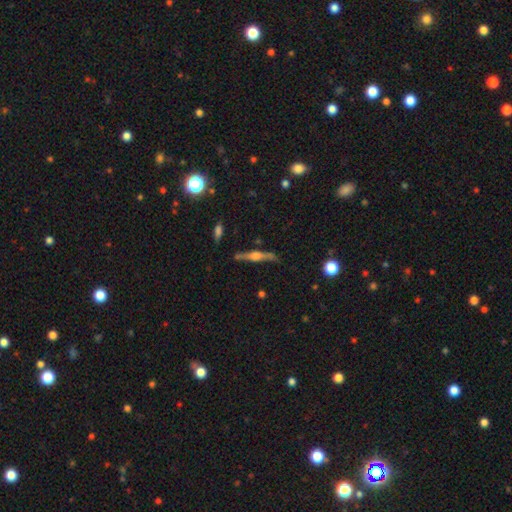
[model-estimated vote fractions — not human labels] This is likely a featured or disk galaxy (74%). It is clearly viewed edge-on (96%). Edge-on bulge: clearly rounded (82%). Merging: likely none (78%).